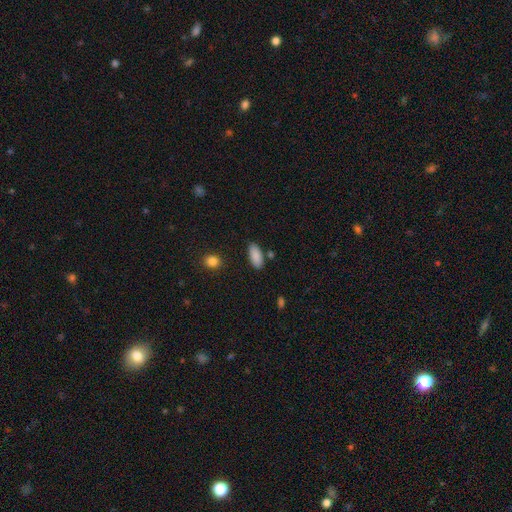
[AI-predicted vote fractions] This is clearly a smooth galaxy (89%). How rounded: clearly in between (86%). Merging: clearly none (83%).